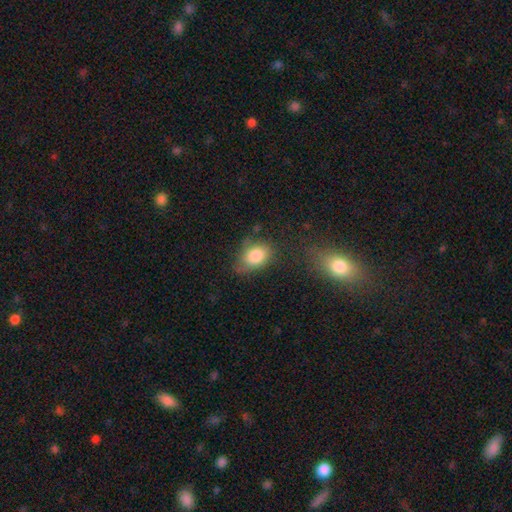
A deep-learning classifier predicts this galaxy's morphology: smooth 81%, featured or disk 10%, star or artifact 8%. Down the decision tree: how rounded — in between (76%); merging — none (57%).